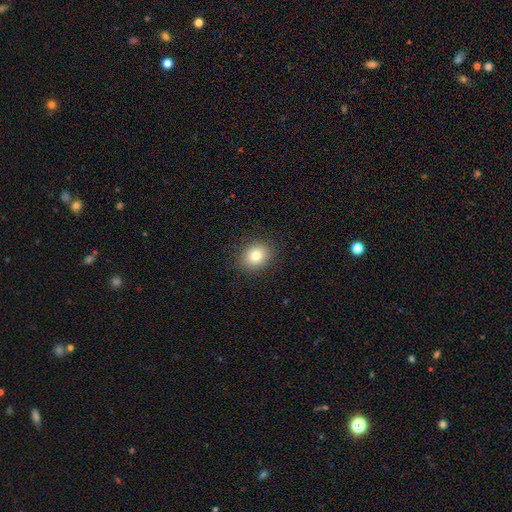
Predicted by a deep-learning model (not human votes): A smooth galaxy with no disk features (80%) that is round (64%). Merging: none (89%).